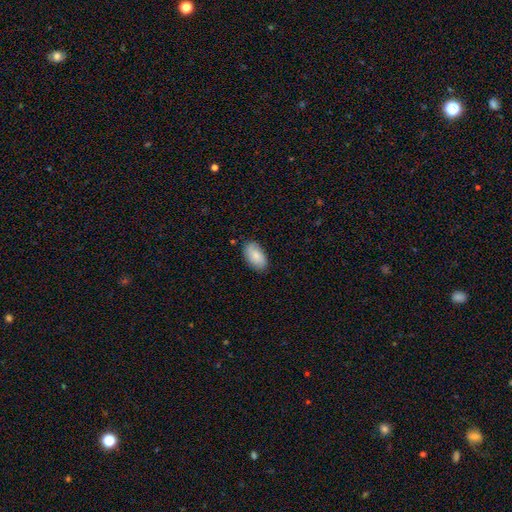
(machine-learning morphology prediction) smooth_or_featured: smooth (p=0.74) [alt: featured or disk p=0.20]
how_rounded: in between (p=0.94) [alt: round p=0.05]
merging: none (p=0.82) [alt: minor disturbance p=0.15]